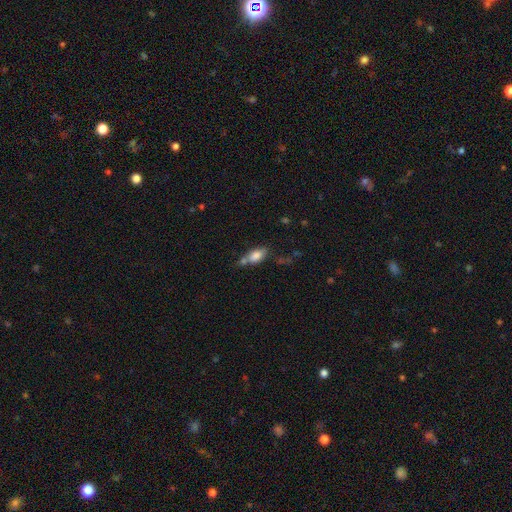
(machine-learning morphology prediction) Q: Smooth or featured?
A: smooth (78%); runner-up: featured or disk (13%)
Q: How rounded?
A: in between (86%); runner-up: round (7%)
Q: Merging?
A: none (41%); runner-up: merger (30%)